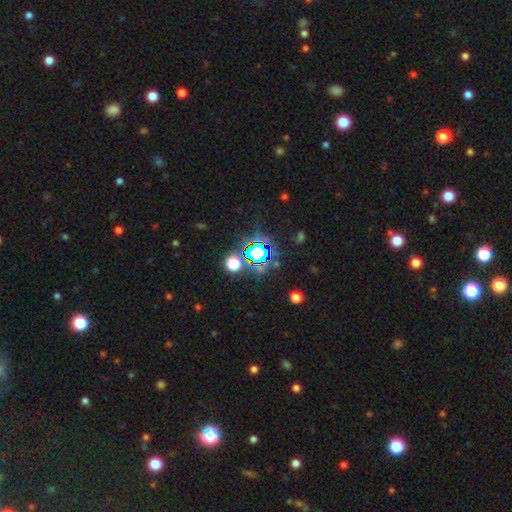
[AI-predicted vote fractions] This is likely a star or artifact rather than a galaxy (71%).